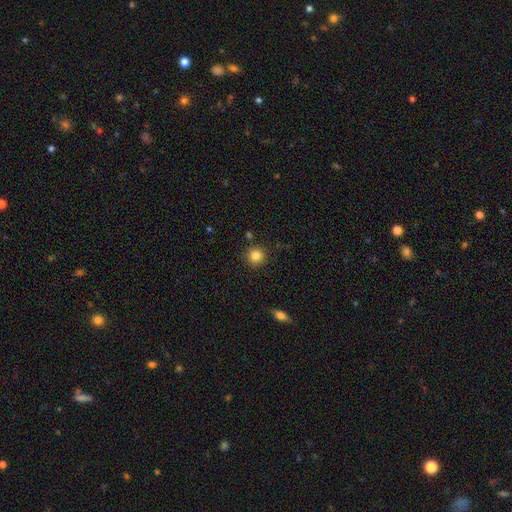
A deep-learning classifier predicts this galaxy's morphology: Smooth or featured: smooth — 84% (star or artifact — 11%)
How rounded: round — 93% (in between — 6%)
Merging: none — 88% (minor disturbance — 7%)